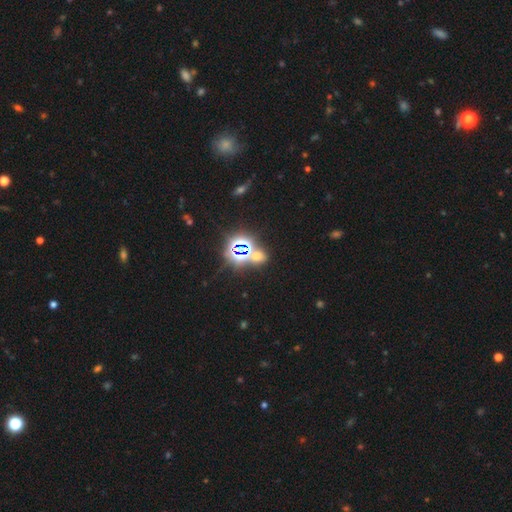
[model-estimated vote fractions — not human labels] smooth_or_featured: star or artifact (p=0.63) [alt: smooth p=0.29]